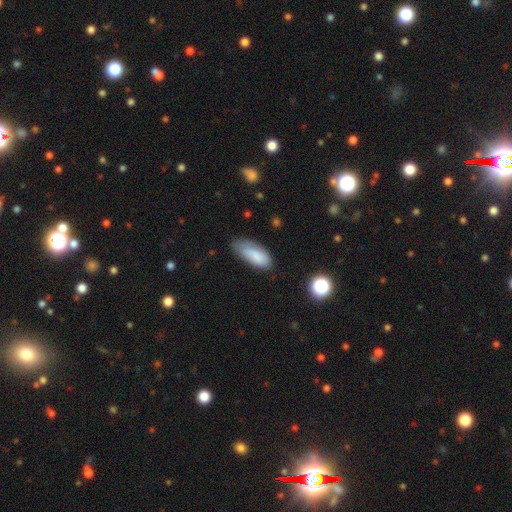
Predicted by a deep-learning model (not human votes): The model was most divided on "merging": none: 59%, minor disturbance: 31%, major disturbance: 8%, merger: 2%. More confident: smooth or featured — smooth (83%); how rounded — in between (81%).